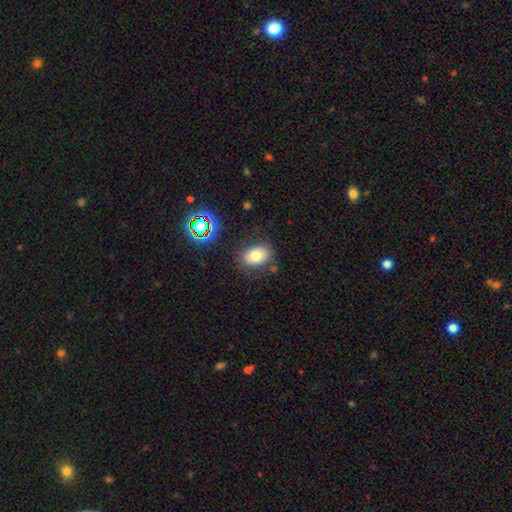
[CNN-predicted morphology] Q: Smooth or featured?
A: smooth (76%); runner-up: star or artifact (12%)
Q: How rounded?
A: in between (75%); runner-up: round (24%)
Q: Merging?
A: none (79%); runner-up: minor disturbance (13%)